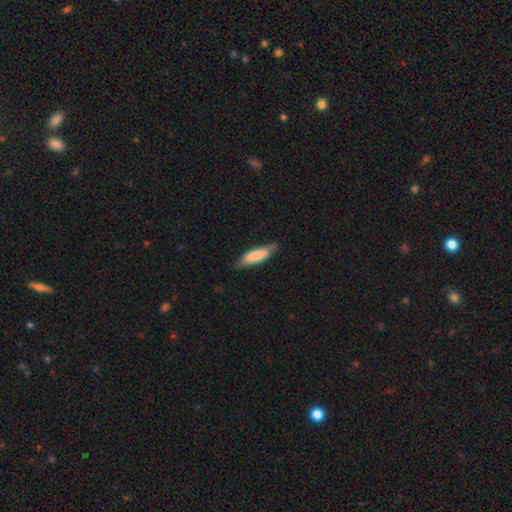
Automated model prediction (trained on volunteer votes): This appears to be a smooth galaxy with no disk features (80%) that is cigar-shaped (58%). Merging: none (72%).